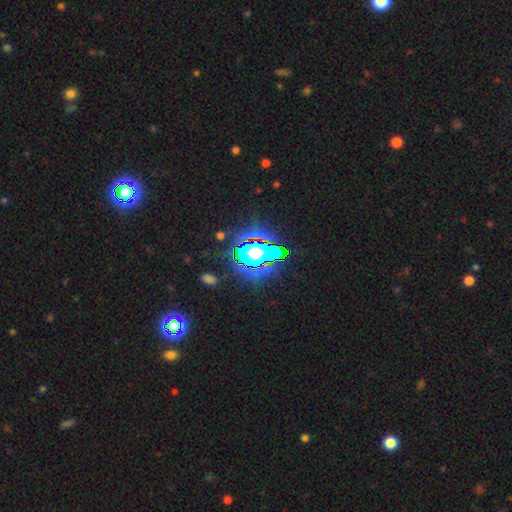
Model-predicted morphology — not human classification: smooth-or-featured: star or artifact: 56% | smooth: 26% | featured or disk: 18%